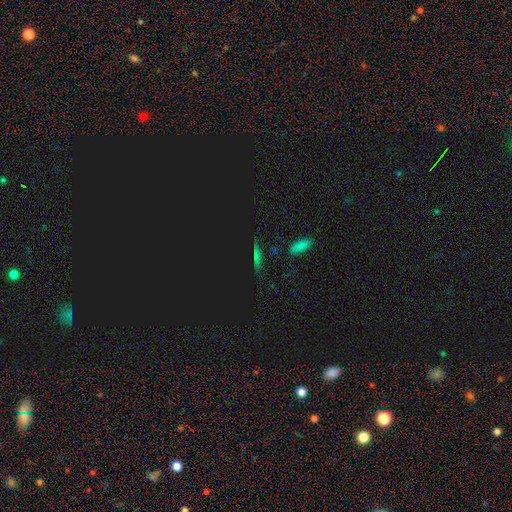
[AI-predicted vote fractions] Smooth or featured? Predicted: star or artifact (p=0.50).